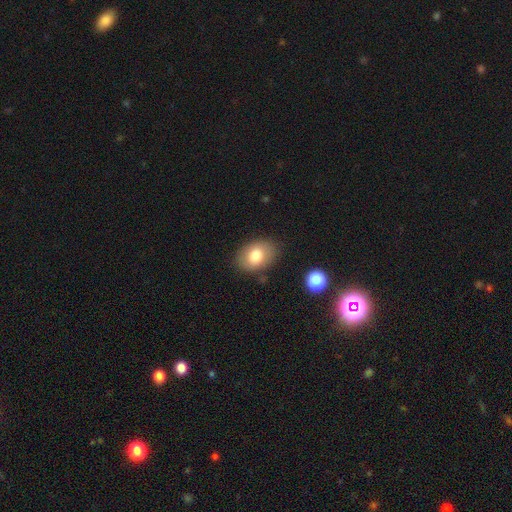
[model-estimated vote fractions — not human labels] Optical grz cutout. It shows a smooth galaxy with no disk features (79%) that is in between round and cigar-shaped (80%). Merging: none (81%).